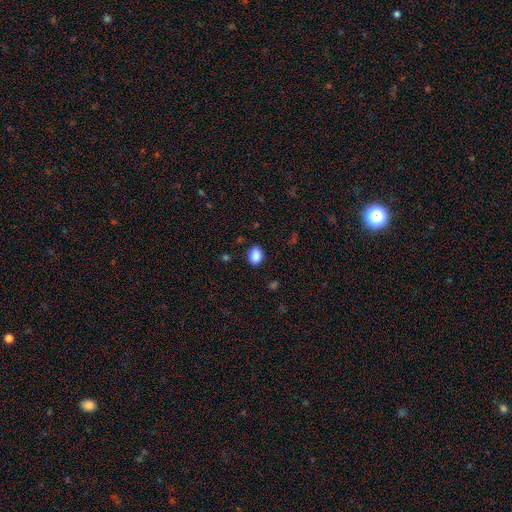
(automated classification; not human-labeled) Overall: smooth (88%). How rounded: in between (72%). Merging: none (86%).